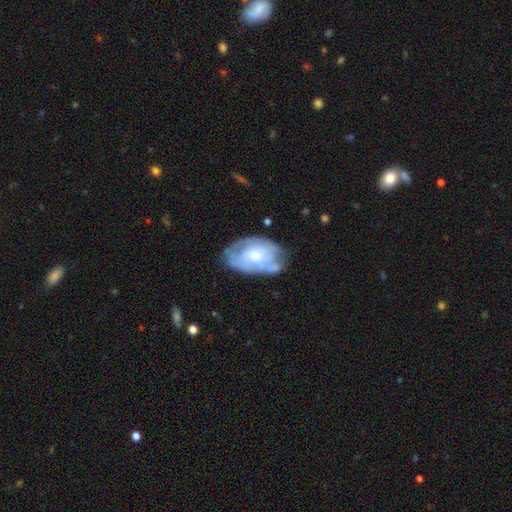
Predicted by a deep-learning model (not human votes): This appears to be a featured or disk galaxy (63%) with no bar (79%), spiral arms (63%) and a moderate central bulge (49%). Merging: none (58%).